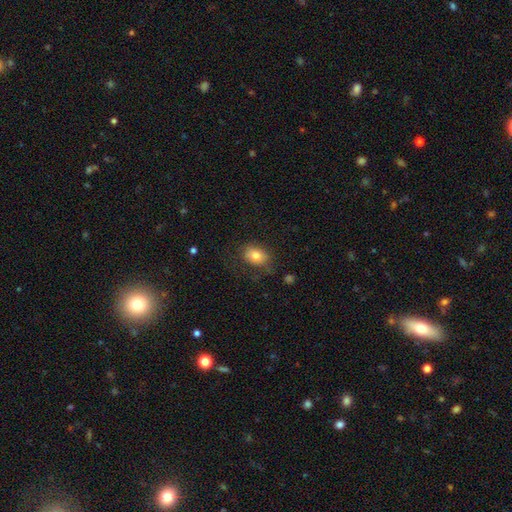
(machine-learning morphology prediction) type=smooth (79%); roundness=in between (75%); merging=none (65%).